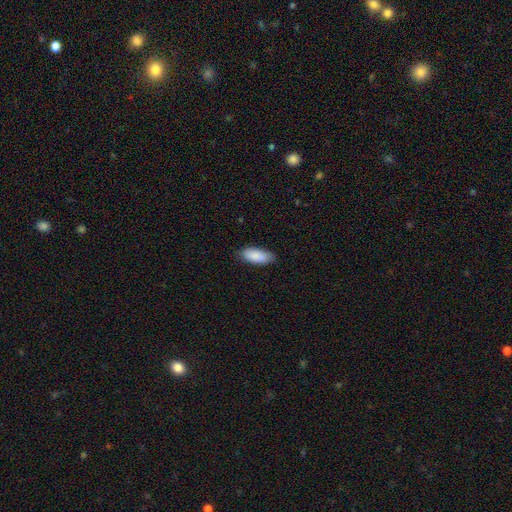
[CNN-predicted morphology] This appears to be a smooth galaxy with no disk features (89%) that is in between round and cigar-shaped (83%). Merging: none (84%).